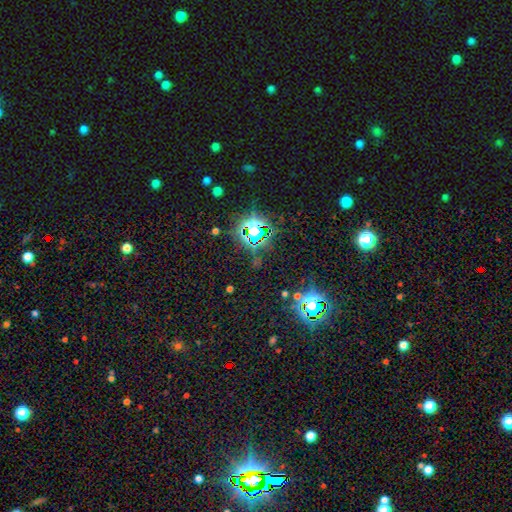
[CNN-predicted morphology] Overall: star or artifact (80%).